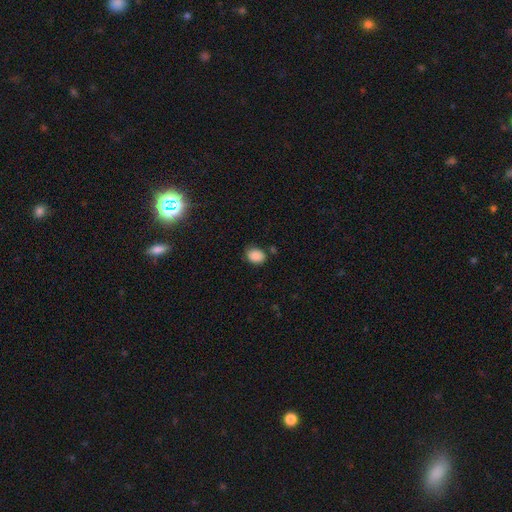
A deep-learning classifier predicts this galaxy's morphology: smooth_or_featured: smooth (p=0.87) [alt: star or artifact p=0.09]
how_rounded: in between (p=0.62) [alt: round p=0.38]
merging: none (p=0.74) [alt: minor disturbance p=0.19]